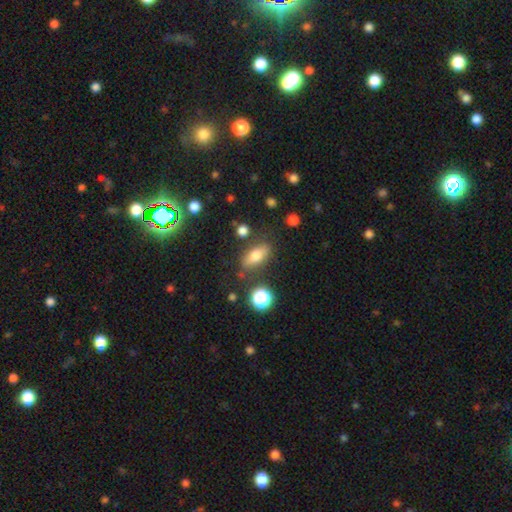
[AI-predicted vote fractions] smooth_or_featured: smooth (p=0.73) [alt: featured or disk p=0.16]
how_rounded: in between (p=0.77) [alt: cigar-shaped p=0.15]
merging: none (p=0.75) [alt: minor disturbance p=0.15]